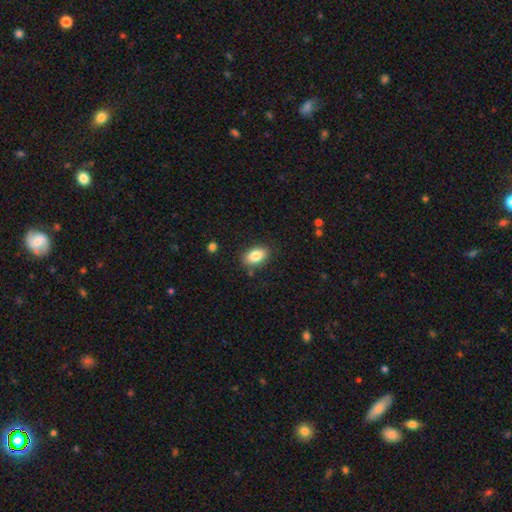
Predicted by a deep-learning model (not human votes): Morphology: type=smooth (84%); roundness=in between (89%); merging=none (84%).